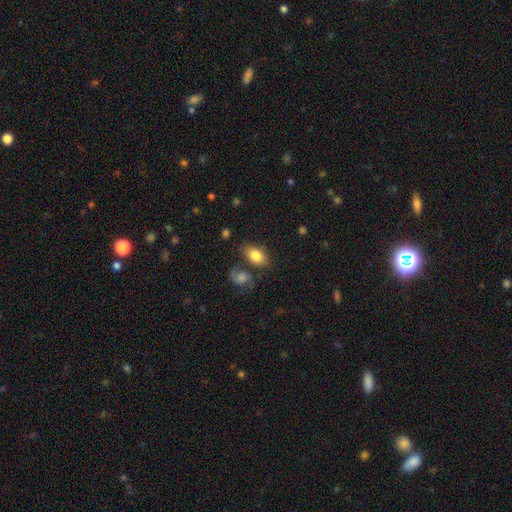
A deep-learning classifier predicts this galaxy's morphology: smooth 78%, featured or disk 14%, star or artifact 7%. Down the decision tree: how rounded — in between (86%); merging — none (61%).